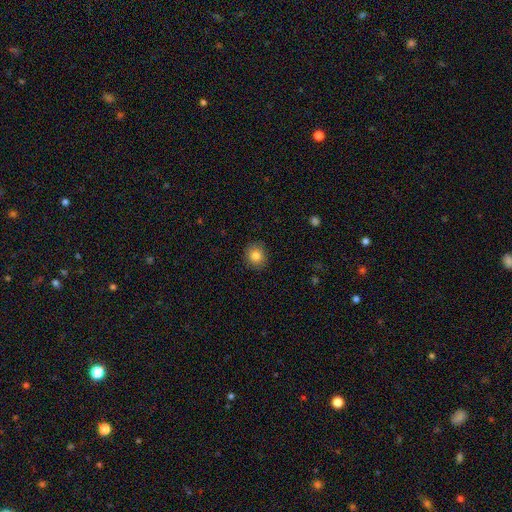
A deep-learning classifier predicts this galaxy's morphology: The model was most divided on "how rounded": round: 79%, in between: 20%, cigar-shaped: 1%. More confident: merging — none (89%); smooth or featured — smooth (82%).